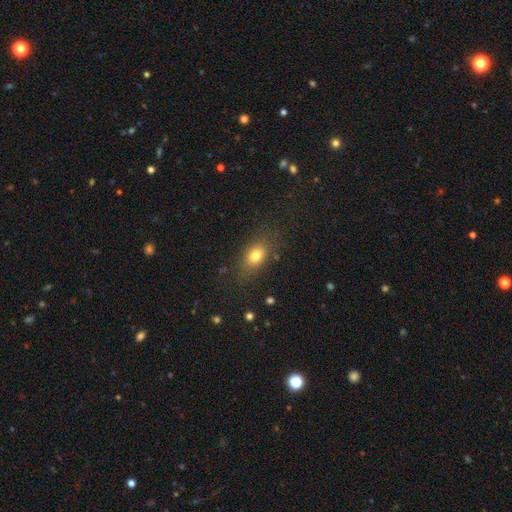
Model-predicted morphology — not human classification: The model was most divided on "how rounded": in between: 76%, round: 19%, cigar-shaped: 5%. More confident: merging — none (78%); smooth or featured — smooth (77%).